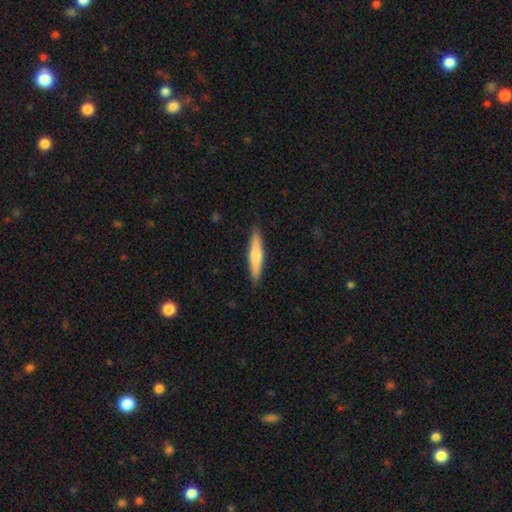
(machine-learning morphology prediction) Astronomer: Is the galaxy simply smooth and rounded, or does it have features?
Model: smooth — 63%.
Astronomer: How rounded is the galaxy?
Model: cigar-shaped — 89%.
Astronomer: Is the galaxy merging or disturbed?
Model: none — 89%.